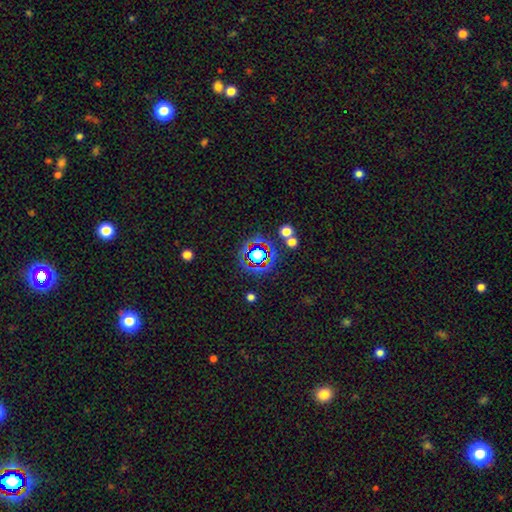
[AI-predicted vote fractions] Overall: star or artifact (53%; smooth 31%).